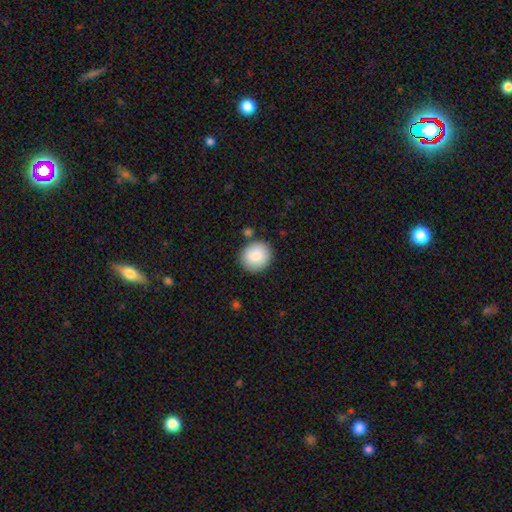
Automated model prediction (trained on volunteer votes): Smooth or featured? smooth (87%)
How rounded? round (87%)
Merging? none (83%)